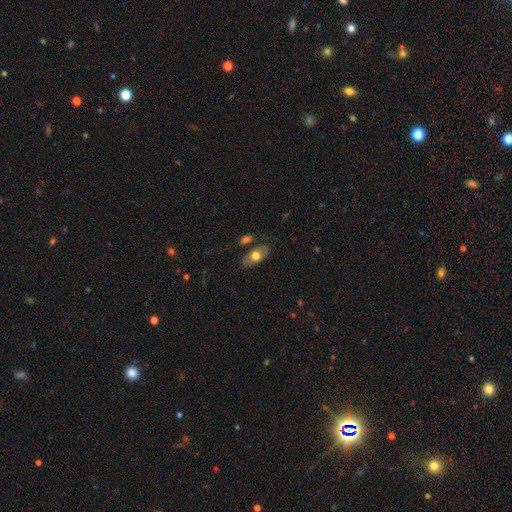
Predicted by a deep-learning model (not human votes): smooth_or_featured: smooth (p=0.60) [alt: featured or disk p=0.33]
how_rounded: in between (p=0.89) [alt: round p=0.06]
merging: none (p=0.73) [alt: minor disturbance p=0.16]